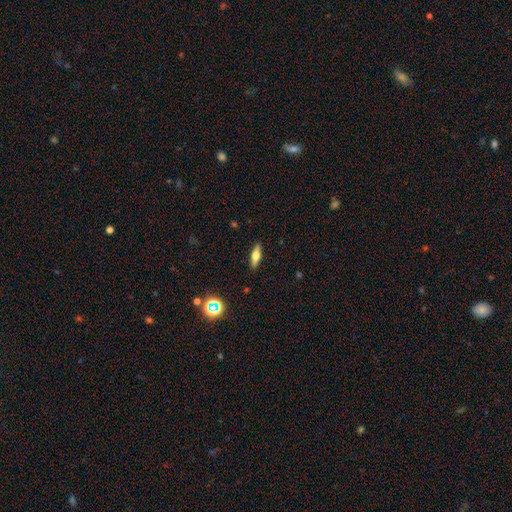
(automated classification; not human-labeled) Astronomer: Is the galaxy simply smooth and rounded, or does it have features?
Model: smooth — 49% (runner-up: featured or disk, 42%).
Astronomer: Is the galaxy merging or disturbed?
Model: none — 89%.